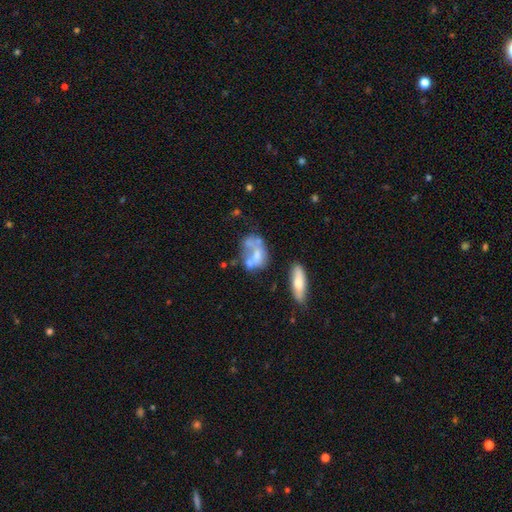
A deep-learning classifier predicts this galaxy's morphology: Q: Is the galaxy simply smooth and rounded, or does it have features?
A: featured or disk — 48%.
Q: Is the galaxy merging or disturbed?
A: merger — 39%.